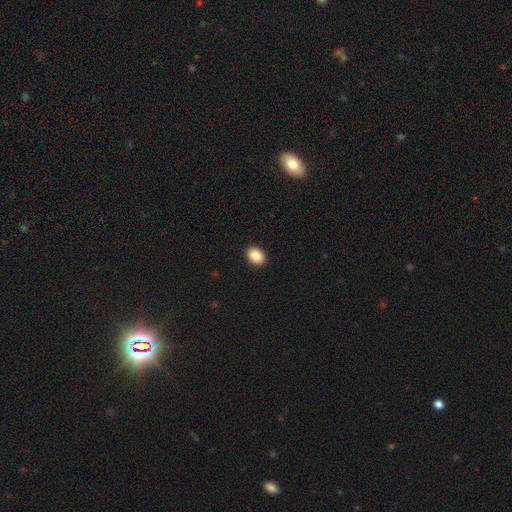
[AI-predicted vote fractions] smooth-or-featured: smooth: 90% | star or artifact: 8% | featured or disk: 3%
  how-rounded: in between: 76% | round: 23% | cigar-shaped: 1%
  merging: none: 91% | minor disturbance: 6% | major disturbance: 2% | merger: 1%